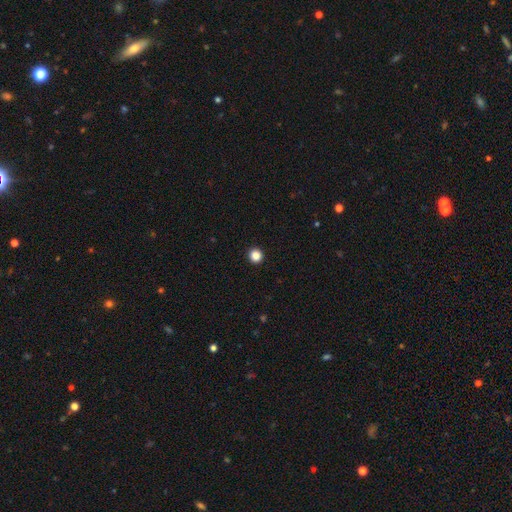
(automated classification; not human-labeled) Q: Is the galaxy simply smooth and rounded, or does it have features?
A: smooth — 86%.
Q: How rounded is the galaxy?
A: round — 95%.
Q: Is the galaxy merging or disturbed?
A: none — 94%.